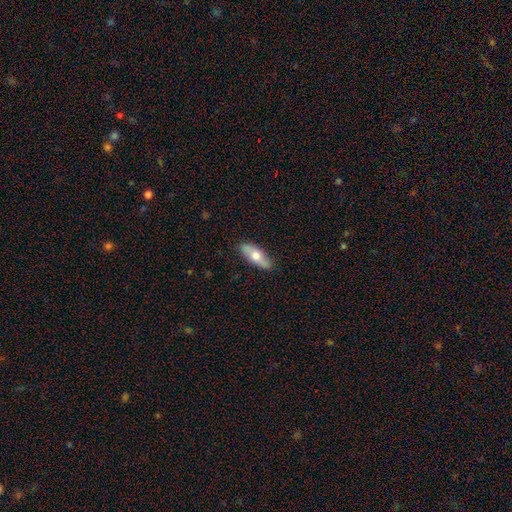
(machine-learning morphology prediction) Overall: smooth (61%; featured or disk 33%). How rounded: in between (69%). Merging: none (86%).